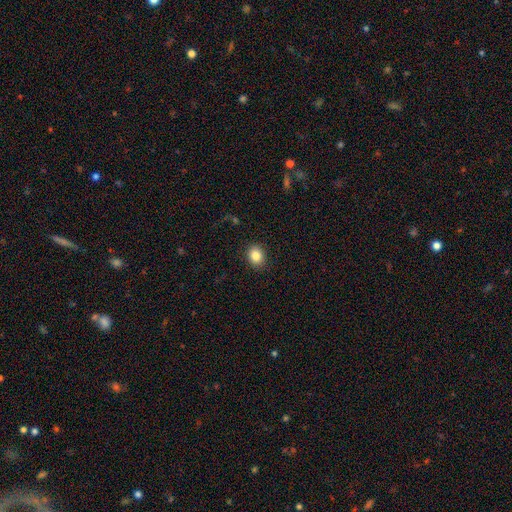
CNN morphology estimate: A smooth galaxy with no disk features (85%) that is round (61%).

Vote fractions:
- Smooth or featured? smooth: 85% / star or artifact: 10% / featured or disk: 6%
- How rounded? round: 61% / in between: 38% / cigar-shaped: 1%
- Merging? none: 90% / minor disturbance: 7% / major disturbance: 2% / merger: 1%